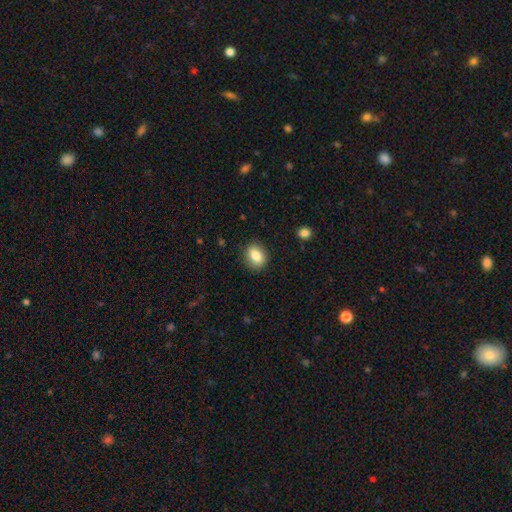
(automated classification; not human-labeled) Overall: smooth (84%). How rounded: in between (59%; round 40%). Merging: none (85%).